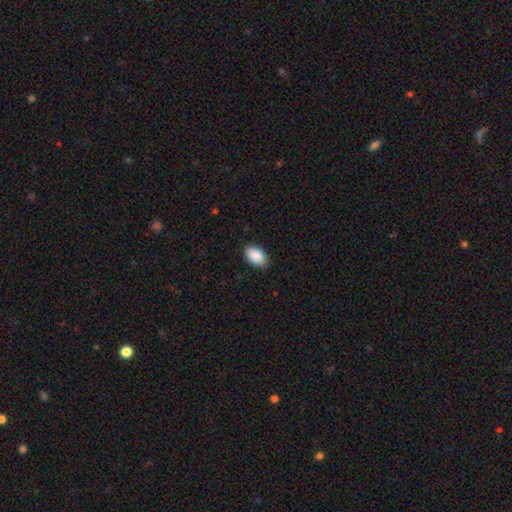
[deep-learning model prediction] A smooth galaxy with no disk features (90%) that is in between round and cigar-shaped (92%).

Vote fractions:
- Smooth or featured? smooth: 90% / star or artifact: 6% / featured or disk: 3%
- How rounded? in between: 92% / round: 6% / cigar-shaped: 1%
- Merging? none: 88% / minor disturbance: 9% / major disturbance: 2% / merger: 1%